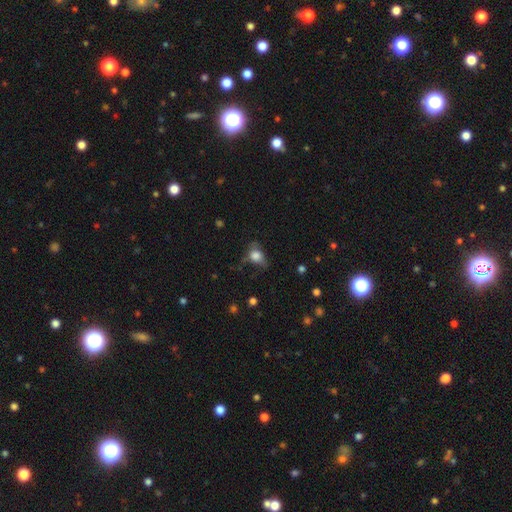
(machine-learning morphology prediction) Smooth or featured: smooth — 71% (featured or disk — 18%)
How rounded: in between — 58% (round — 40%)
Merging: none — 42% (minor disturbance — 30%)